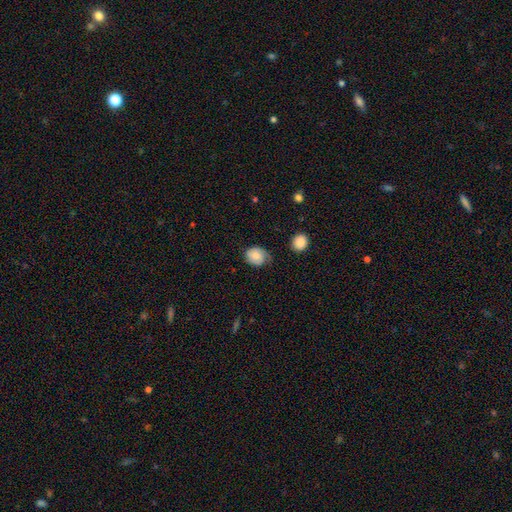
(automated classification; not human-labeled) smooth 64%, featured or disk 28%, star or artifact 8%. Down the decision tree: how rounded — round (55%); merging — none (58%).